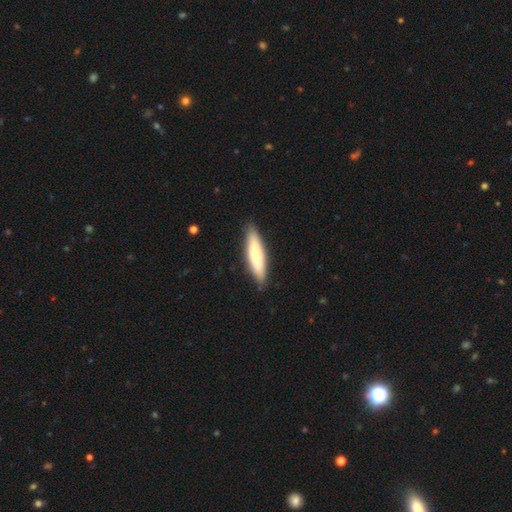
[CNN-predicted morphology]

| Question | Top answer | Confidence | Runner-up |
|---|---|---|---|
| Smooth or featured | smooth | 67% | featured or disk (28%) |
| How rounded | cigar-shaped | 72% | in between (26%) |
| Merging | none | 86% | minor disturbance (11%) |